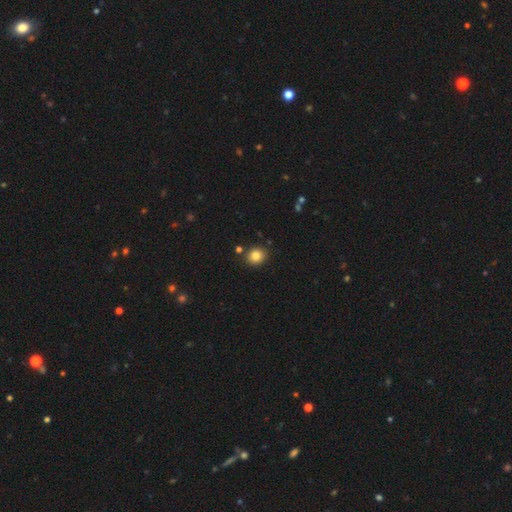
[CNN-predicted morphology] Q: Smooth or featured?
A: smooth (83%); runner-up: star or artifact (11%)
Q: How rounded?
A: round (80%); runner-up: in between (19%)
Q: Merging?
A: none (86%); runner-up: minor disturbance (8%)